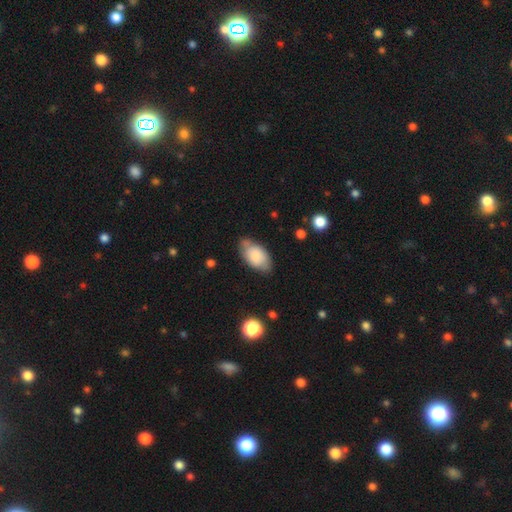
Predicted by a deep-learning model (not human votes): Morphology: type=smooth (76%); roundness=in between (94%); merging=none (66%).